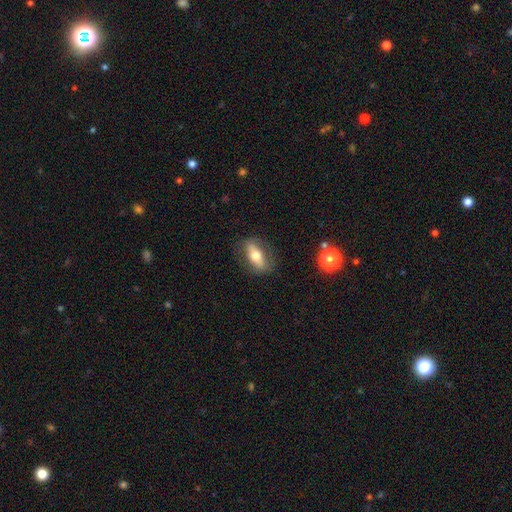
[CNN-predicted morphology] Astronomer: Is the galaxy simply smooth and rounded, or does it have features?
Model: smooth — 52% (runner-up: featured or disk, 40%).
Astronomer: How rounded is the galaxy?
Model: in between — 71%.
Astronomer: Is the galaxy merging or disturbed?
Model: none — 81%.